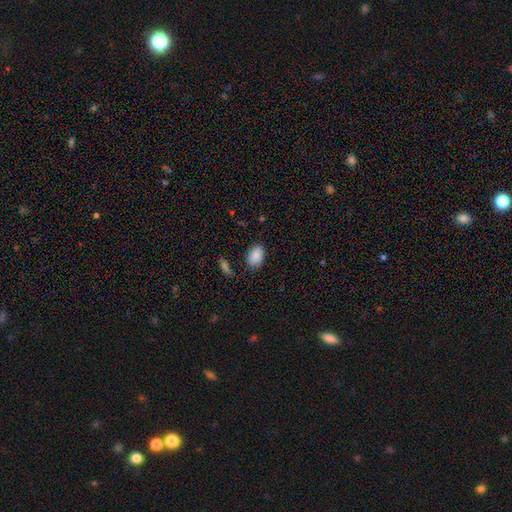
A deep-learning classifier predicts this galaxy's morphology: Smooth or featured? smooth (88%)
How rounded? in between (89%)
Merging? none (81%)